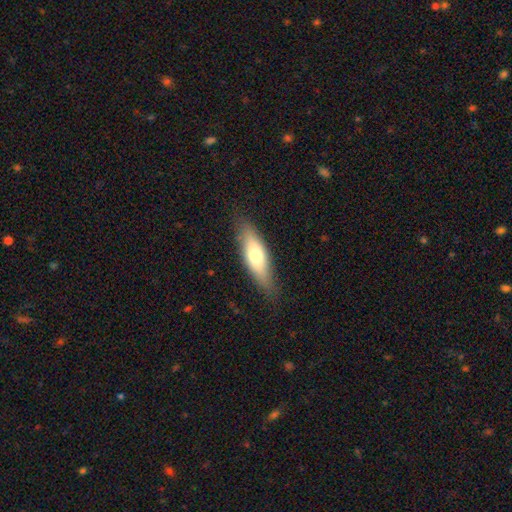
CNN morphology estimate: Smooth or featured: smooth — 63% (featured or disk — 31%)
How rounded: in between — 52% (cigar-shaped — 45%)
Merging: none — 82% (minor disturbance — 14%)